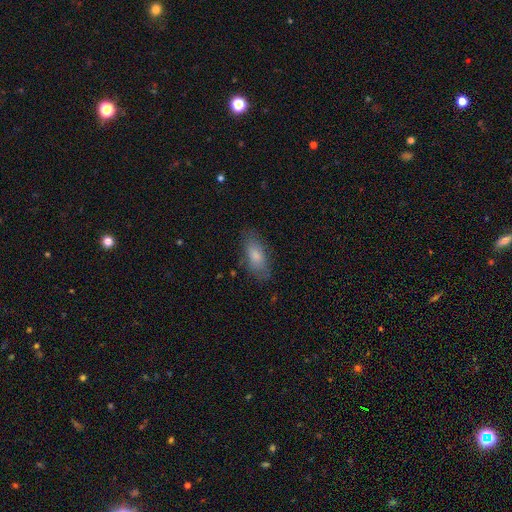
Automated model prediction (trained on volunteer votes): smooth_or_featured: smooth (p=0.79) [alt: featured or disk p=0.15]
how_rounded: in between (p=0.84) [alt: cigar-shaped p=0.14]
merging: none (p=0.76) [alt: minor disturbance p=0.18]